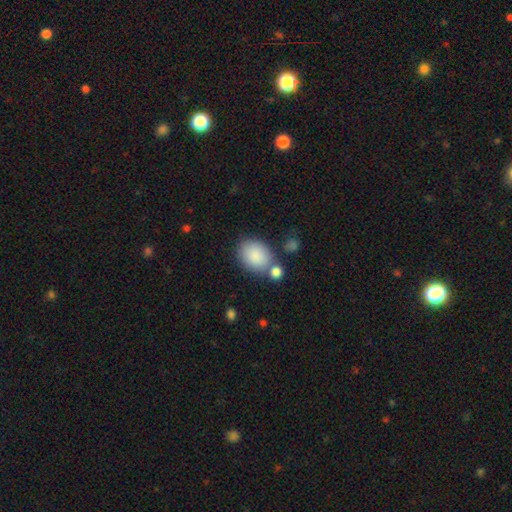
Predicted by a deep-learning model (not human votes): This appears to be a smooth galaxy with no disk features (87%) that is in between round and cigar-shaped (68%). Merging: none (62%).